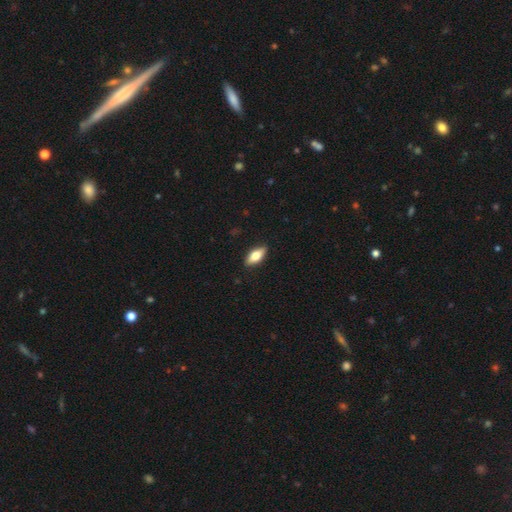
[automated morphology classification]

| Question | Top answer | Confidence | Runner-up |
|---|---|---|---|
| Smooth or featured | smooth | 68% | featured or disk (25%) |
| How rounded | in between | 80% | cigar-shaped (16%) |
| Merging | none | 88% | minor disturbance (9%) |